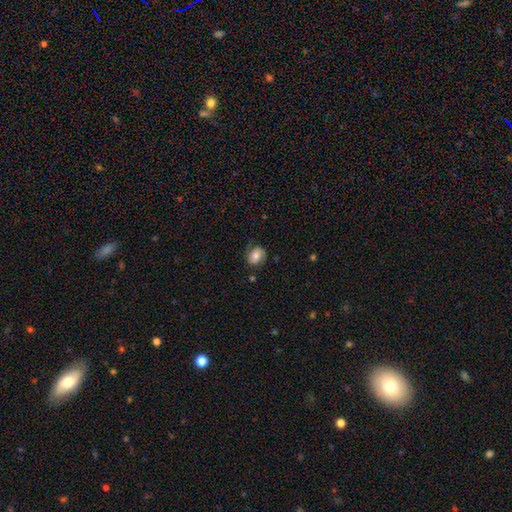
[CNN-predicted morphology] smooth_or_featured: smooth (p=0.68) [alt: featured or disk p=0.23]
how_rounded: round (p=0.57) [alt: in between p=0.42]
merging: none (p=0.73) [alt: minor disturbance p=0.19]